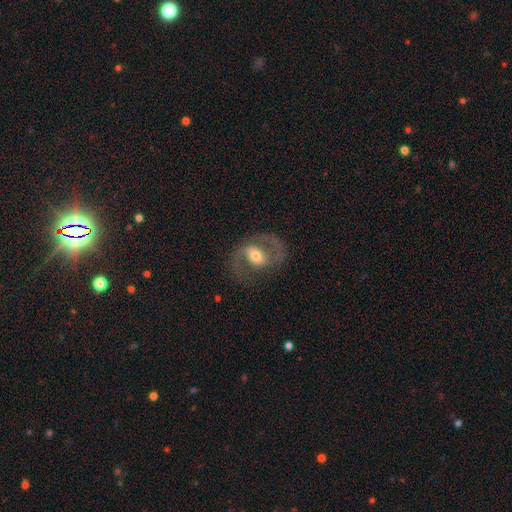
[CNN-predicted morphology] Smooth or featured? featured or disk (81%)
Edge-on disk? no (97%)
Bar? weak (45%)
Spiral arms? yes (91%)
Spiral winding? medium (56%)
Spiral arm count? 2 (91%)
Bulge size? moderate (67%)
Merging? none (76%)